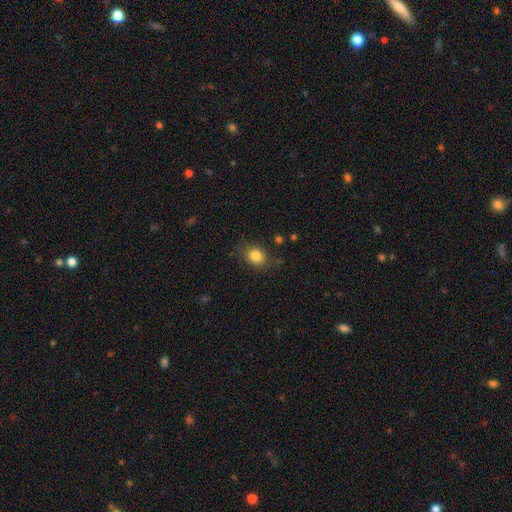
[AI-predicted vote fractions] A smooth galaxy with no disk features (83%) that is round (51%). Merging: none (81%).